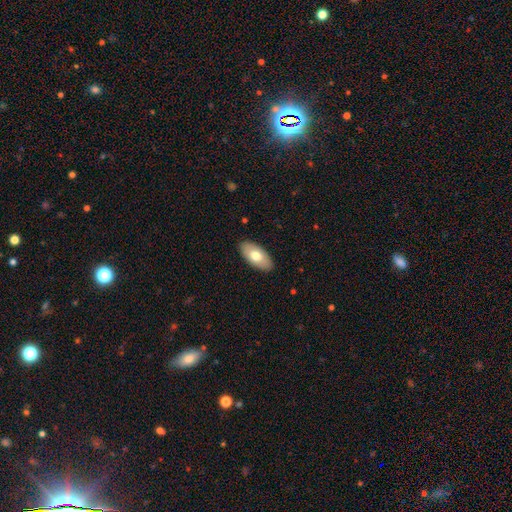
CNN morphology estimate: Smooth or featured?
  - smooth: 69% *
  - featured or disk: 25%
  - star or artifact: 6%
How rounded?
  - in between: 94% *
  - cigar-shaped: 4%
  - round: 2%
Merging?
  - none: 88% *
  - minor disturbance: 9%
  - major disturbance: 2%
  - merger: 1%